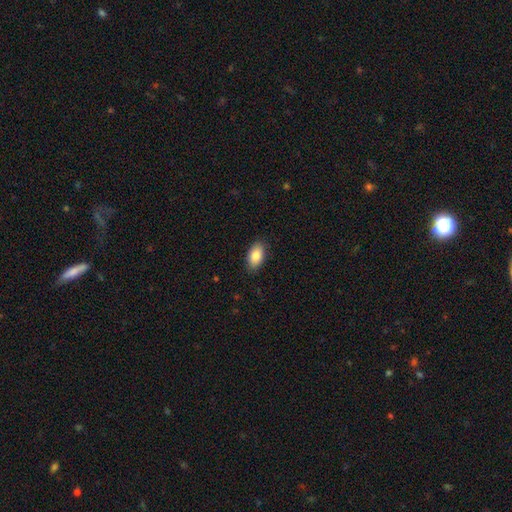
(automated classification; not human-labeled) Smooth or featured? smooth (85%)
How rounded? in between (93%)
Merging? none (88%)